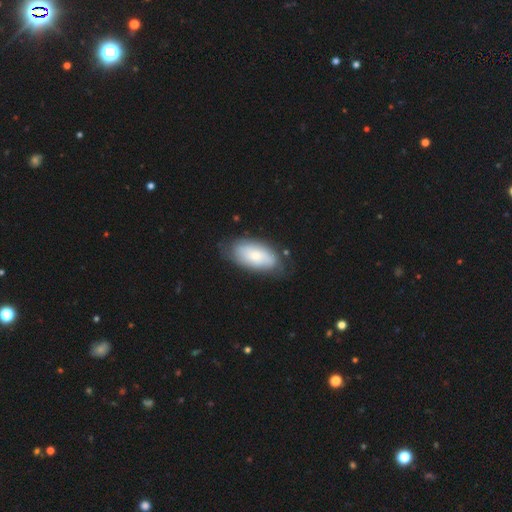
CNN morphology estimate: Overall: smooth (62%; featured or disk 32%). How rounded: in between (92%). Merging: none (72%).